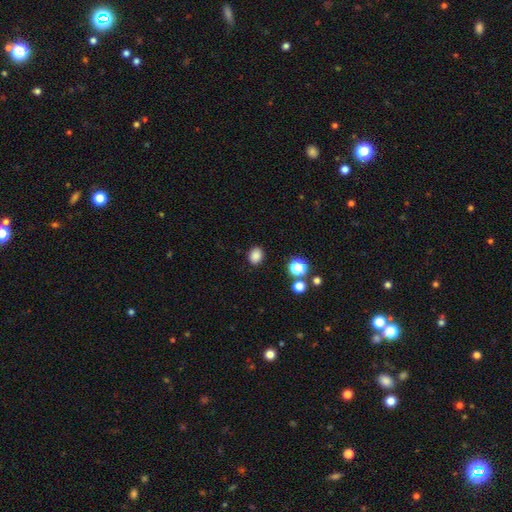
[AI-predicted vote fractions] A smooth galaxy with no disk features (84%) that is in between round and cigar-shaped (52%).

Vote fractions:
- Smooth or featured? smooth: 84% / star or artifact: 12% / featured or disk: 4%
- How rounded? in between: 52% / round: 47% / cigar-shaped: 1%
- Merging? none: 88% / minor disturbance: 8% / major disturbance: 2% / merger: 2%